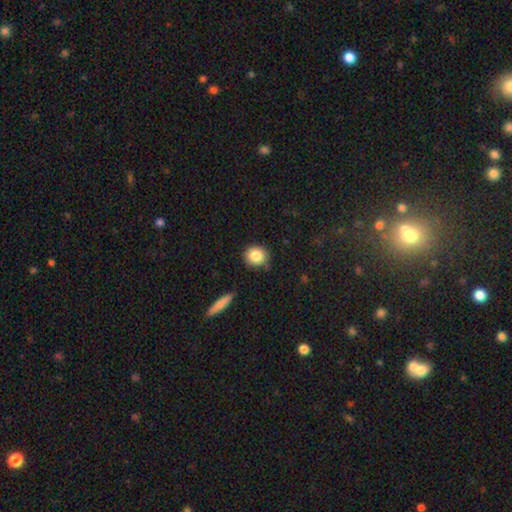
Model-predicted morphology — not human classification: Smooth or featured? Predicted: smooth (p=0.84). How rounded? Predicted: round (p=0.85). Merging? Predicted: none (p=0.76).